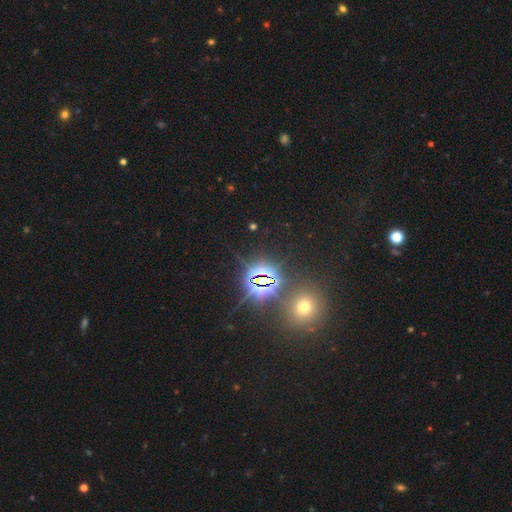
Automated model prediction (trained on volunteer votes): A star or artifact, not a galaxy (75%).

Vote fractions:
- Smooth or featured? star or artifact: 75% / smooth: 17% / featured or disk: 8%